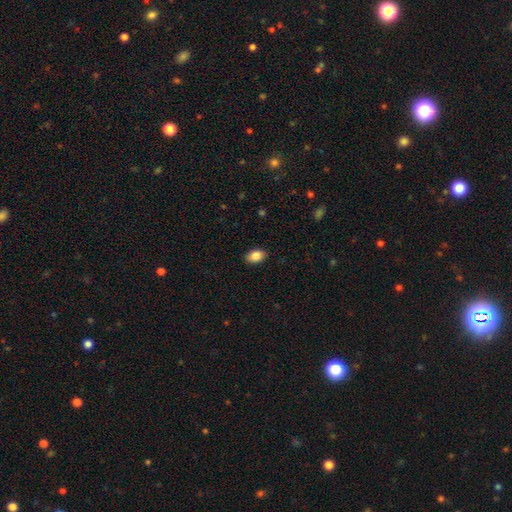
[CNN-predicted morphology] smooth 87%, star or artifact 8%, featured or disk 5%. Down the decision tree: how rounded — in between (89%); merging — none (89%).